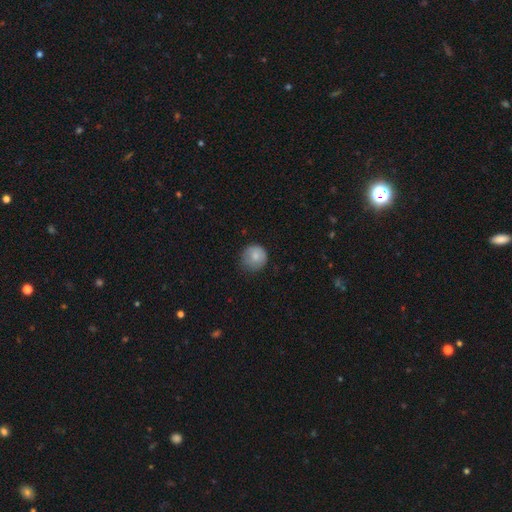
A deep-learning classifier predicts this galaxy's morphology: smooth 81%, featured or disk 12%, star or artifact 8%. Down the decision tree: how rounded — round (90%); merging — none (69%).